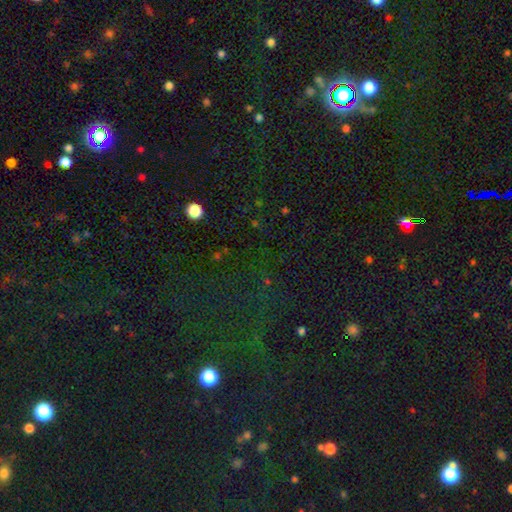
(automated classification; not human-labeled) Overall: star or artifact (74%).